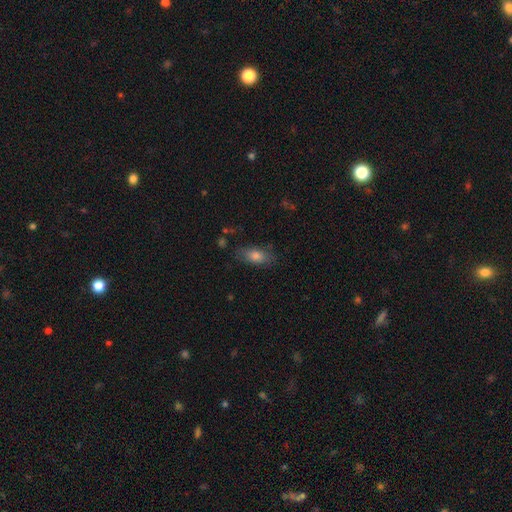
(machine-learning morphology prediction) Smooth or featured? smooth (75%)
How rounded? in between (82%)
Merging? none (76%)